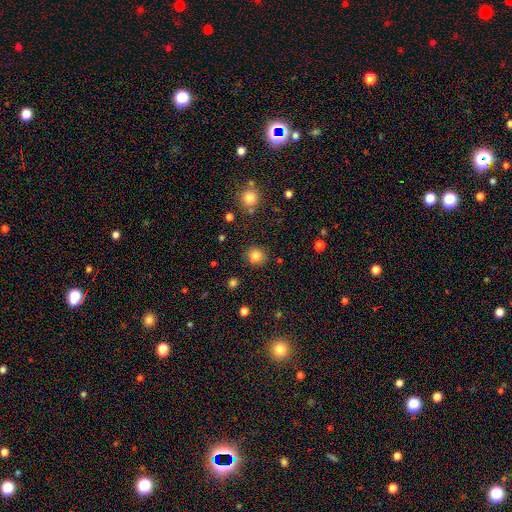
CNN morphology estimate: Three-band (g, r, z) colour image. It shows a smooth galaxy with no disk features (83%) that is round (90%). Merging: none (88%).